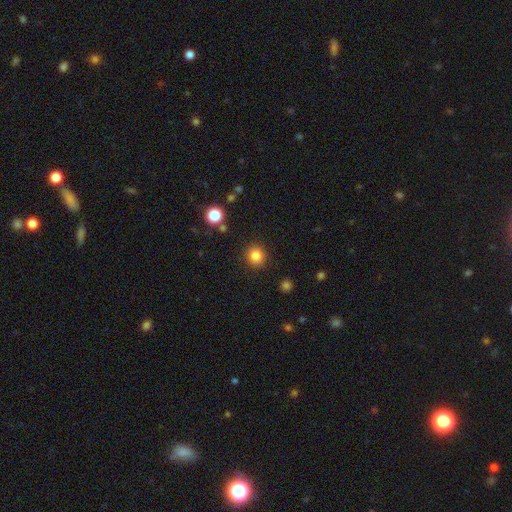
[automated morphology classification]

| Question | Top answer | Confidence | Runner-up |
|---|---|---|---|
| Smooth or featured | smooth | 84% | star or artifact (11%) |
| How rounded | round | 89% | in between (11%) |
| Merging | none | 90% | minor disturbance (6%) |